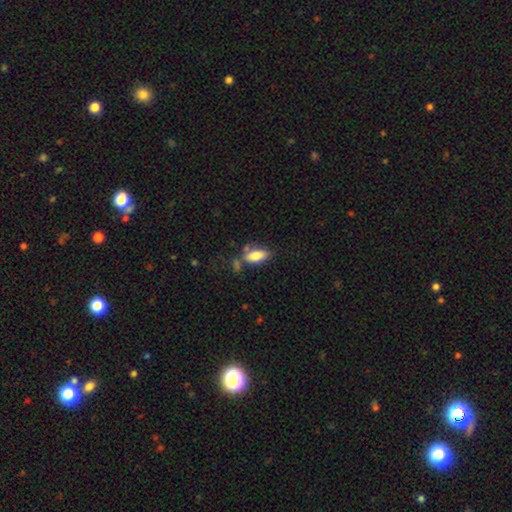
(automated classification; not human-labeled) This is likely a smooth galaxy (78%). How rounded: clearly in between (85%). Merging: possibly none (55%).